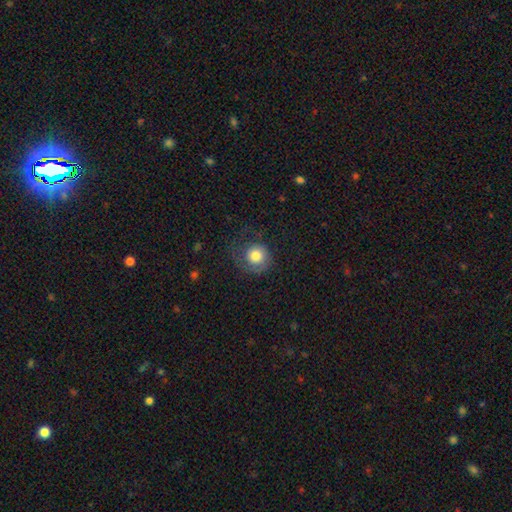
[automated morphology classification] smooth-or-featured: smooth: 72% | featured or disk: 20% | star or artifact: 8%
  how-rounded: round: 88% | in between: 12% | cigar-shaped: 1%
  merging: none: 52% | major disturbance: 26% | minor disturbance: 21% | merger: 1%